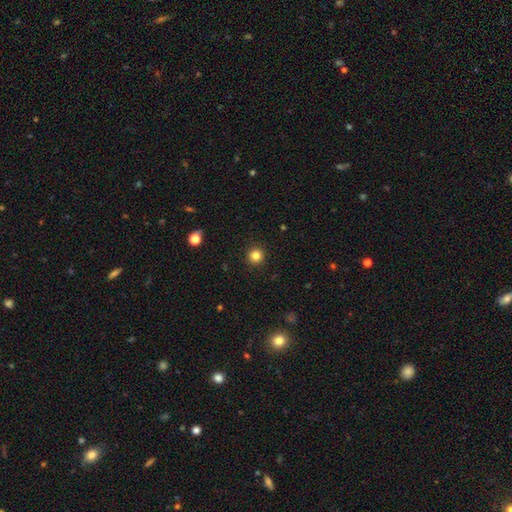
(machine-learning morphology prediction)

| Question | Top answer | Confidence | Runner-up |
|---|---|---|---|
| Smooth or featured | smooth | 82% | star or artifact (12%) |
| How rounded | round | 96% | in between (3%) |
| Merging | none | 93% | minor disturbance (5%) |